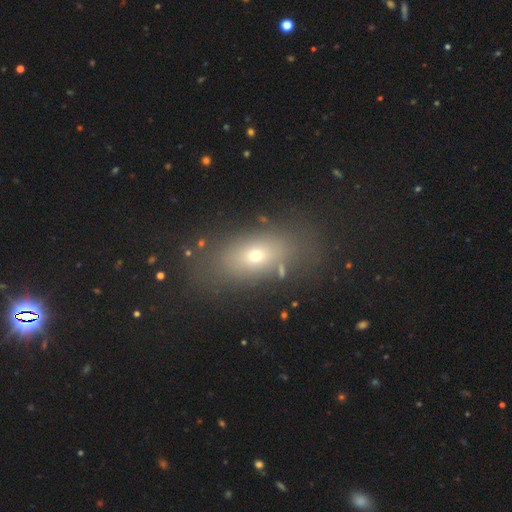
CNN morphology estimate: This appears to be a smooth galaxy with no disk features (62%) that is in between round and cigar-shaped (75%). Merging: none (79%).